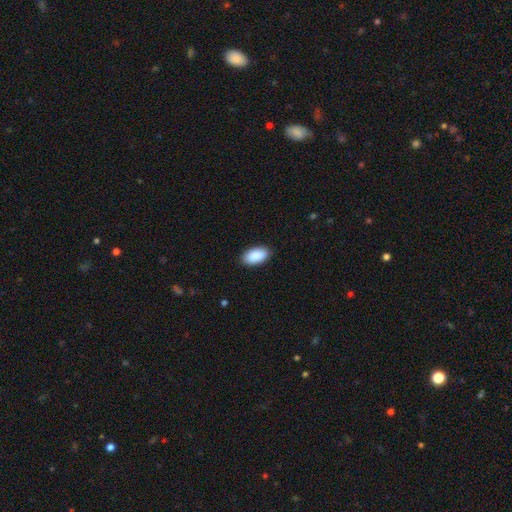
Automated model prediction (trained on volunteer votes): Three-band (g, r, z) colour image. It shows a smooth galaxy with no disk features (91%) that is in between round and cigar-shaped (95%). Merging: none (89%).